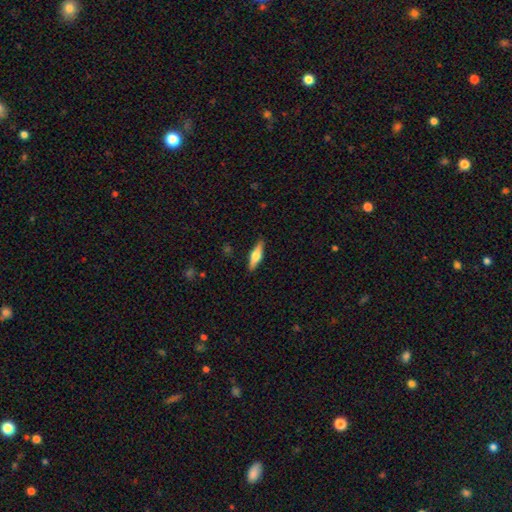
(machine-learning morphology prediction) type=featured or disk (50%); edge-on=yes (94%); merging=none (89%).